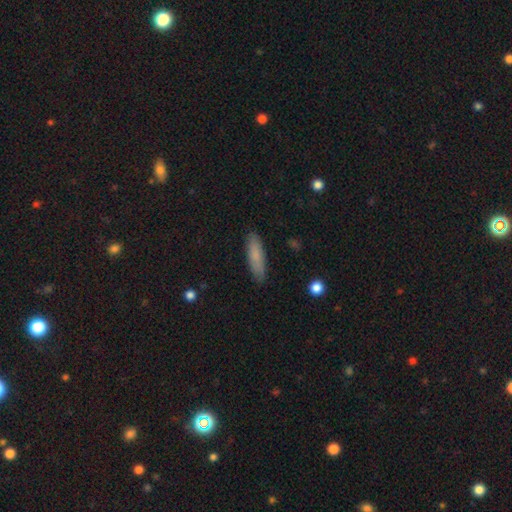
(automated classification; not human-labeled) smooth 80%, featured or disk 14%, star or artifact 6%. Down the decision tree: how rounded — cigar-shaped (66%); merging — none (86%).